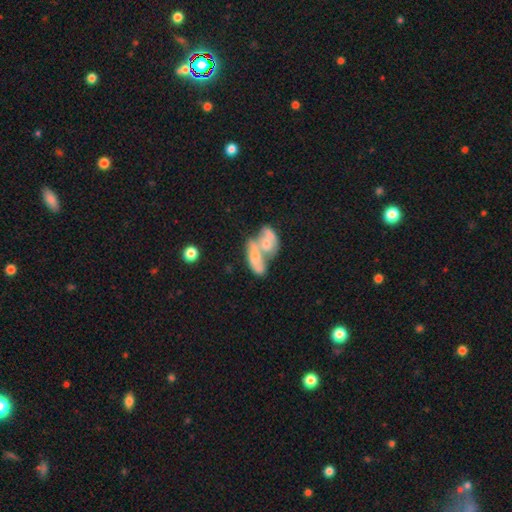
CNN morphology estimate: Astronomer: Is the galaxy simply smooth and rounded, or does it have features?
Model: featured or disk — 52% (runner-up: smooth, 37%).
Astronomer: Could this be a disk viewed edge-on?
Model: no — 91%.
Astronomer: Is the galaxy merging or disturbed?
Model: merger — 72%.